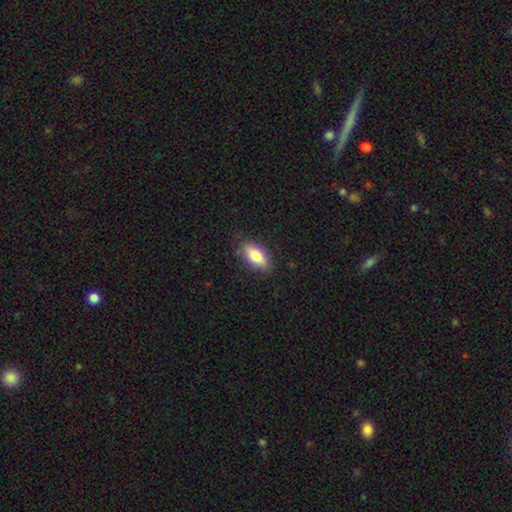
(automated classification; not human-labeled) This is likely a smooth galaxy (77%). How rounded: clearly in between (82%). Merging: clearly none (83%).